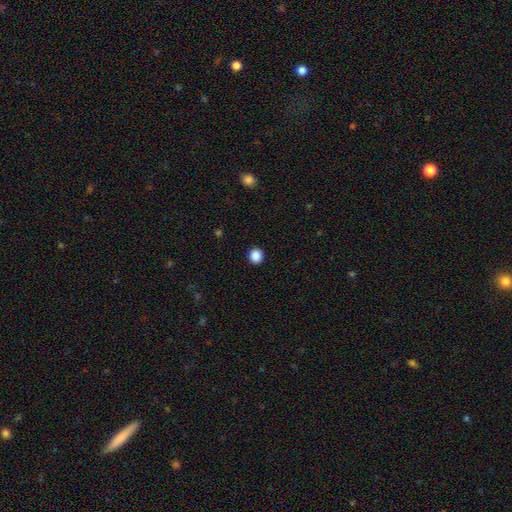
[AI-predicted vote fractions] Smooth or featured? smooth (88%)
How rounded? round (89%)
Merging? none (93%)